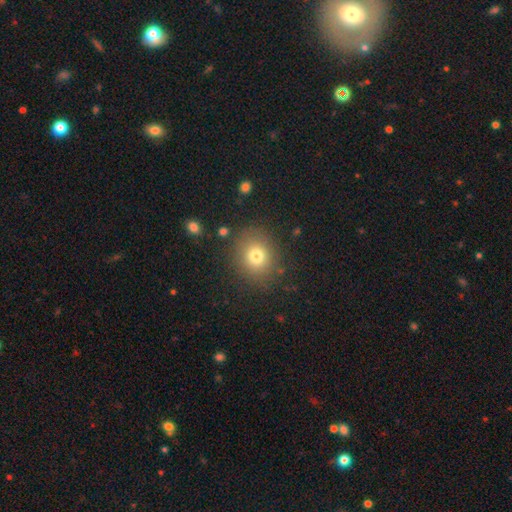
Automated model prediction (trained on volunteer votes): Smooth or featured? smooth (75%)
How rounded? round (79%)
Merging? none (85%)